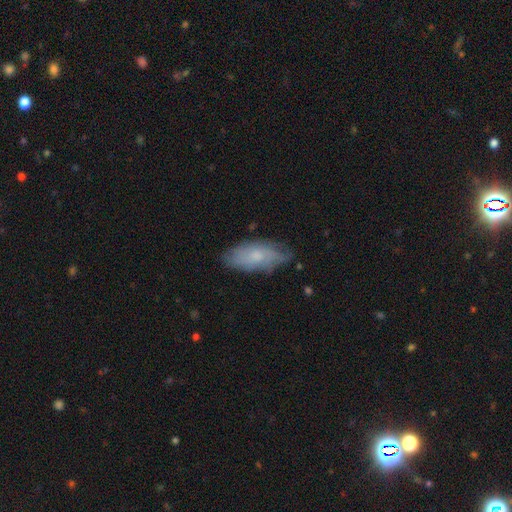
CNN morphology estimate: A smooth galaxy with no disk features (59%) that is in between round and cigar-shaped (86%).

Vote fractions:
- Smooth or featured? smooth: 59% / featured or disk: 33% / star or artifact: 8%
- How rounded? in between: 86% / cigar-shaped: 11% / round: 2%
- Merging? none: 72% / minor disturbance: 23% / major disturbance: 4% / merger: 1%